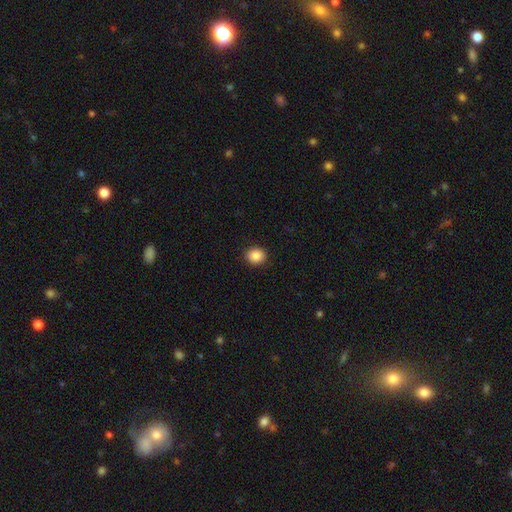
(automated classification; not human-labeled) The model was most divided on "how rounded": round: 78%, in between: 21%, cigar-shaped: 1%. More confident: merging — none (91%); smooth or featured — smooth (87%).